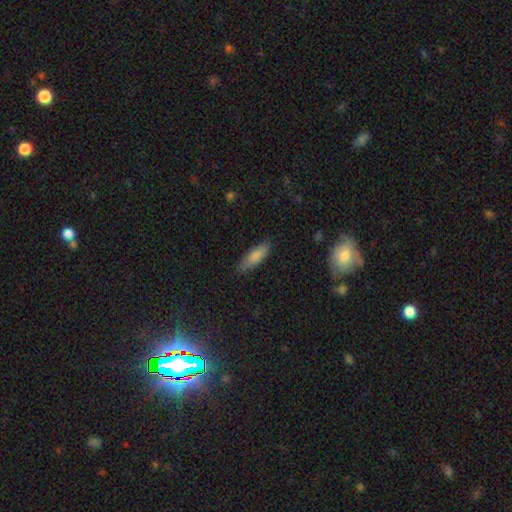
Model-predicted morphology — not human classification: A smooth galaxy with no disk features (82%) that is cigar-shaped (52%). Merging: none (85%).